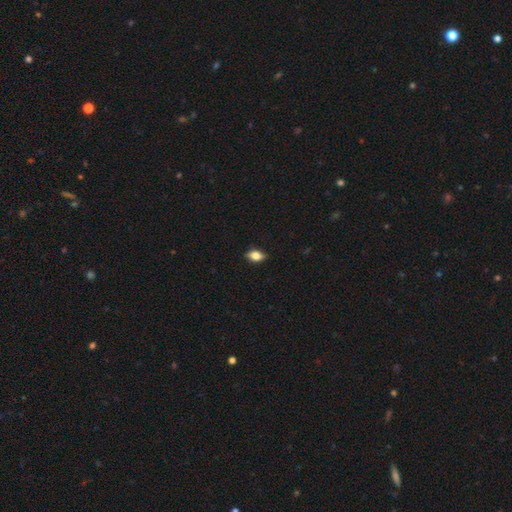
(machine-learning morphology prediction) smooth_or_featured: smooth (p=0.74) [alt: featured or disk p=0.17]
how_rounded: in between (p=0.85) [alt: round p=0.10]
merging: none (p=0.86) [alt: minor disturbance p=0.11]